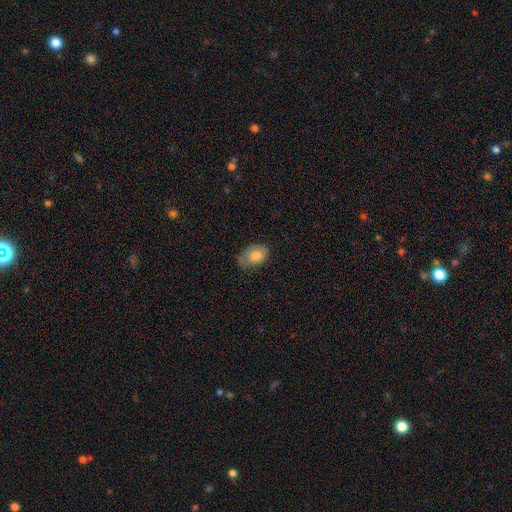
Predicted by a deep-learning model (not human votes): Morphology: type=smooth (76%); roundness=in between (85%); merging=none (51%).